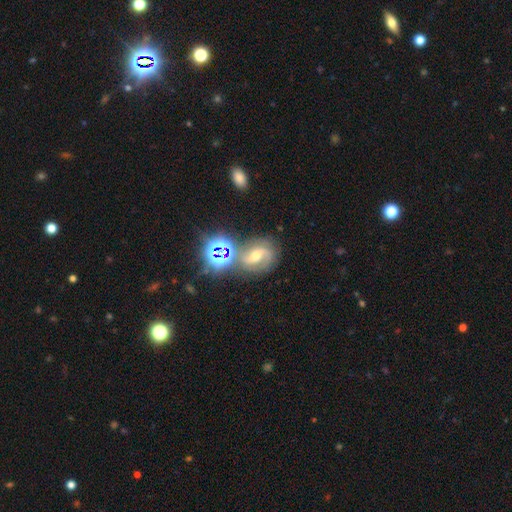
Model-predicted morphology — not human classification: Smooth or featured?
  - featured or disk: 64% *
  - star or artifact: 22%
  - smooth: 14%
Edge-on disk?
  - no: 97% *
  - yes: 3%
Bar?
  - weak: 41% *
  - strong: 30%
  - no: 29%
Spiral arms?
  - yes: 91% *
  - no: 9%
Spiral winding?
  - medium: 51% *
  - tight: 29%
  - loose: 20%
Spiral arm count?
  - 2: 83% *
  - can't tell: 8%
  - 1: 4%
  - 3: 3%
  - 4: 1%
  - more than 4: 1%
Bulge size?
  - moderate: 68% *
  - small: 25%
  - large: 4%
  - none: 1%
  - dominant: 1%
Merging?
  - none: 68% *
  - minor disturbance: 15%
  - merger: 10%
  - major disturbance: 6%